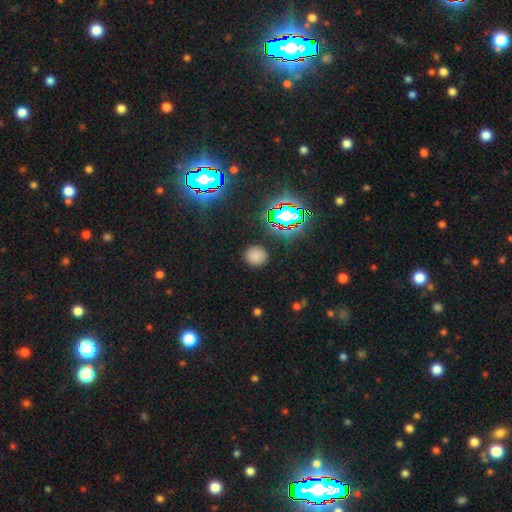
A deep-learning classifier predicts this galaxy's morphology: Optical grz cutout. It shows a smooth galaxy with no disk features (72%) that is round (86%). Merging: none (88%).